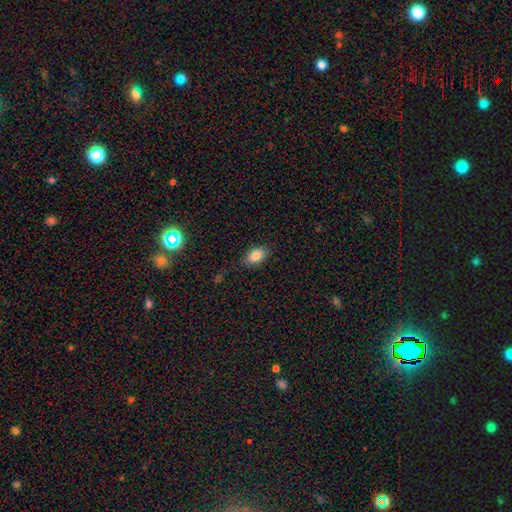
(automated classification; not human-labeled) Smooth or featured?
  - smooth: 84% *
  - star or artifact: 9%
  - featured or disk: 8%
How rounded?
  - in between: 87% *
  - round: 11%
  - cigar-shaped: 2%
Merging?
  - none: 82% *
  - minor disturbance: 14%
  - major disturbance: 3%
  - merger: 1%